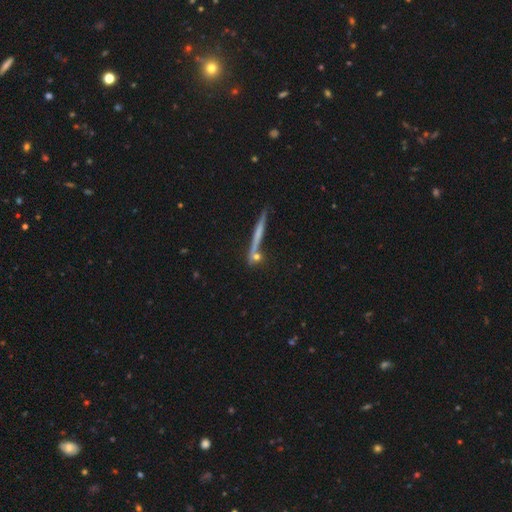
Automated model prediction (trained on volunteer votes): Smooth or featured?
  - smooth: 46% *
  - featured or disk: 43%
  - star or artifact: 11%
Merging?
  - none: 72% *
  - merger: 15%
  - minor disturbance: 10%
  - major disturbance: 4%